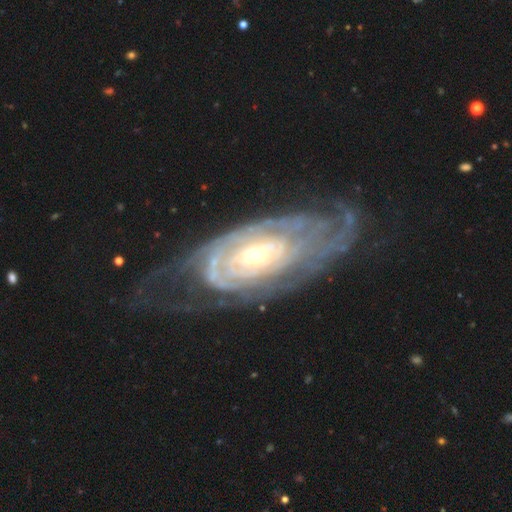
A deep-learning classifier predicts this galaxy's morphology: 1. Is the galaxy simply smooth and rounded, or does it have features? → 87% featured or disk, 8% smooth, 5% star or artifact.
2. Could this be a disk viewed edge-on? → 92% no, 8% yes.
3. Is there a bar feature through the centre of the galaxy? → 66% no, 25% weak, 10% strong.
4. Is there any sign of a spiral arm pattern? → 92% yes, 8% no.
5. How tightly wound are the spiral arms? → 75% tight, 19% medium, 6% loose.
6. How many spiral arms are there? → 49% can't tell, 16% 2, 10% 3, 9% 4, 9% more than 4, 6% 1.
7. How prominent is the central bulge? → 46% moderate, 45% small, 6% large, 2% none, 1% dominant.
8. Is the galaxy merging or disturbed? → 56% none, 21% minor disturbance, 21% major disturbance, 2% merger.